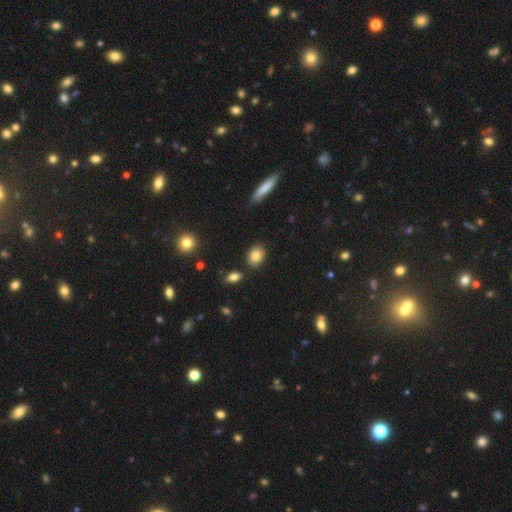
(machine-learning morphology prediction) A smooth galaxy with no disk features (84%) that is in between round and cigar-shaped (65%).

Vote fractions:
- Smooth or featured? smooth: 84% / star or artifact: 8% / featured or disk: 8%
- How rounded? in between: 65% / round: 33% / cigar-shaped: 2%
- Merging? none: 85% / minor disturbance: 9% / merger: 4% / major disturbance: 2%